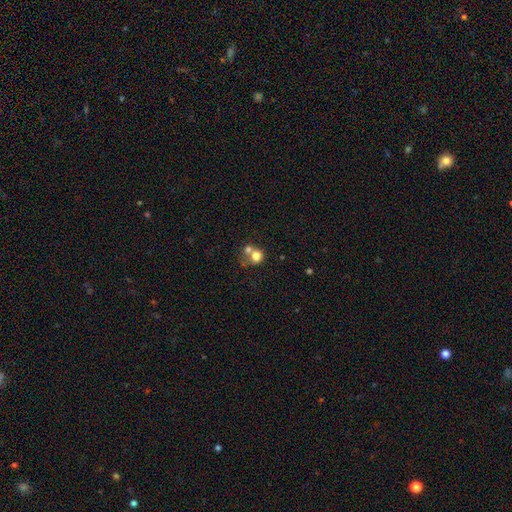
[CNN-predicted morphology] Smooth or featured: smooth — 74% (featured or disk — 14%)
How rounded: round — 77% (in between — 22%)
Merging: merger — 52% (none — 34%)